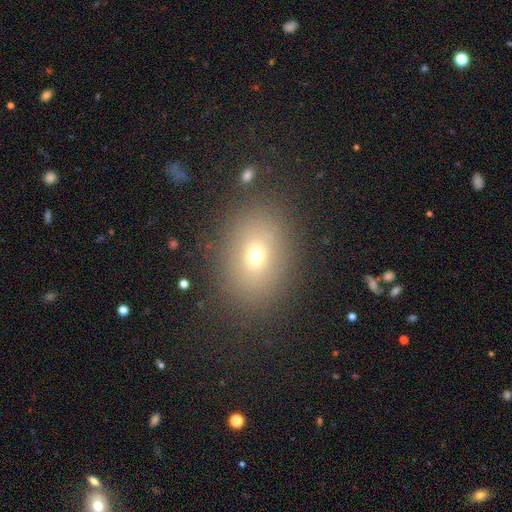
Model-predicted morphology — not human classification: Q: Smooth or featured?
A: smooth (65%); runner-up: star or artifact (20%)
Q: How rounded?
A: in between (62%); runner-up: round (37%)
Q: Merging?
A: none (84%); runner-up: minor disturbance (9%)